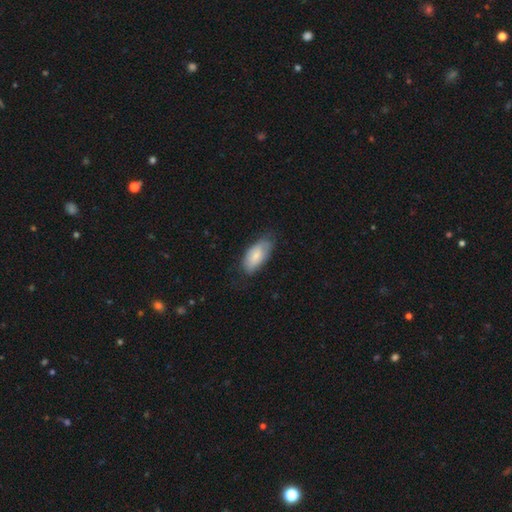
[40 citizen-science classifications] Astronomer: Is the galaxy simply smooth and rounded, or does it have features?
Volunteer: smooth — 95%.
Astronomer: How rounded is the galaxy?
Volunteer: in between — 89%.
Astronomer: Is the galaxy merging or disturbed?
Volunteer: none — 50% (runner-up: minor disturbance, 45%).